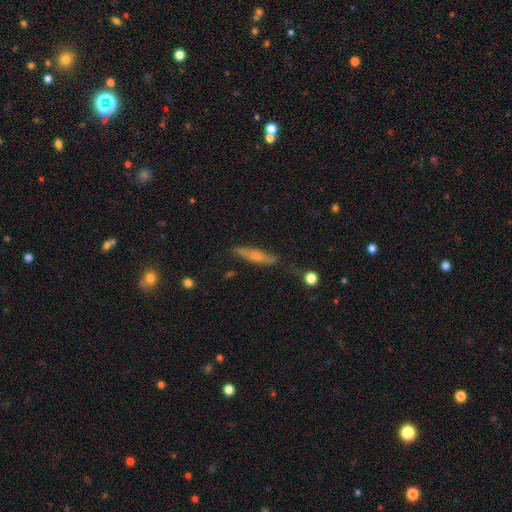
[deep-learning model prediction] The model was most divided on "smooth or featured": smooth: 48%, featured or disk: 43%, star or artifact: 9%. More confident: merging — none (63%).